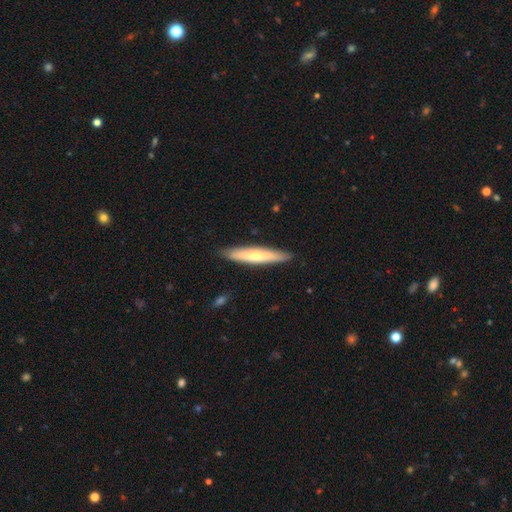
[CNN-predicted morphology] Smooth or featured? Predicted: smooth (p=0.55). How rounded? Predicted: cigar-shaped (p=0.88). Merging? Predicted: none (p=0.89).